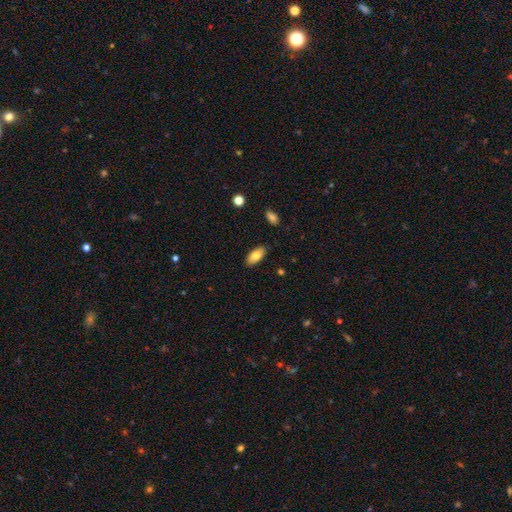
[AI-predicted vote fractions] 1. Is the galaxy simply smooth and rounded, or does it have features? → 79% smooth, 14% featured or disk, 7% star or artifact.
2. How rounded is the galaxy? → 91% in between, 7% cigar-shaped, 2% round.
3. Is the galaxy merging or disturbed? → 86% none, 11% minor disturbance, 2% major disturbance, 1% merger.